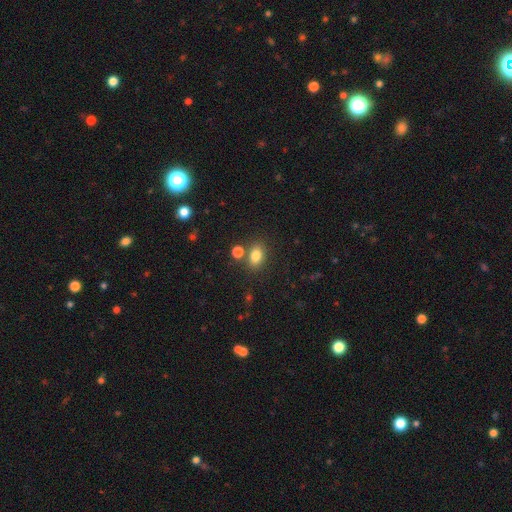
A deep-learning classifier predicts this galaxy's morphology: The model was most divided on "how rounded": in between: 73%, round: 25%, cigar-shaped: 2%. More confident: smooth or featured — smooth (82%); merging — none (72%).